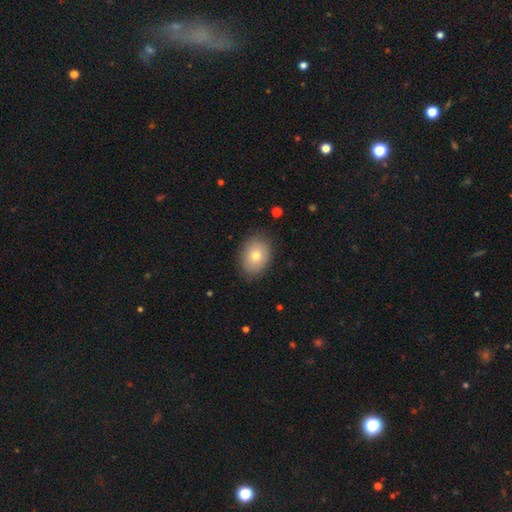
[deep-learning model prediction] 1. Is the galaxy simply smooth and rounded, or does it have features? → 75% smooth, 16% featured or disk, 9% star or artifact.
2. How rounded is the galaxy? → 67% in between, 32% round, 1% cigar-shaped.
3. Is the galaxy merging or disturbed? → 84% none, 12% minor disturbance, 3% major disturbance, 1% merger.